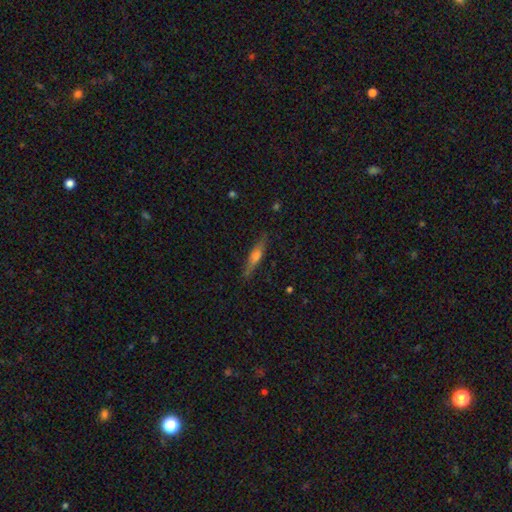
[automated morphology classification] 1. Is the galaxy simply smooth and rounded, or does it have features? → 52% featured or disk, 41% smooth, 7% star or artifact.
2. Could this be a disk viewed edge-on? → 94% yes, 6% no.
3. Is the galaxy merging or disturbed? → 85% none, 11% minor disturbance, 2% major disturbance, 1% merger.